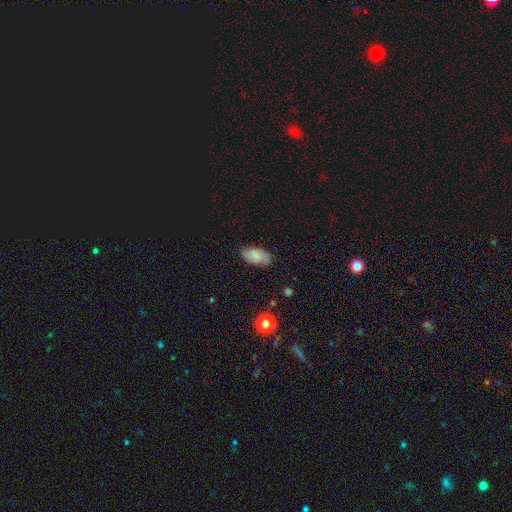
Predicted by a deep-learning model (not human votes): Smooth or featured: smooth — 56% (featured or disk — 34%)
How rounded: in between — 93% (round — 4%)
Merging: none — 76% (minor disturbance — 18%)